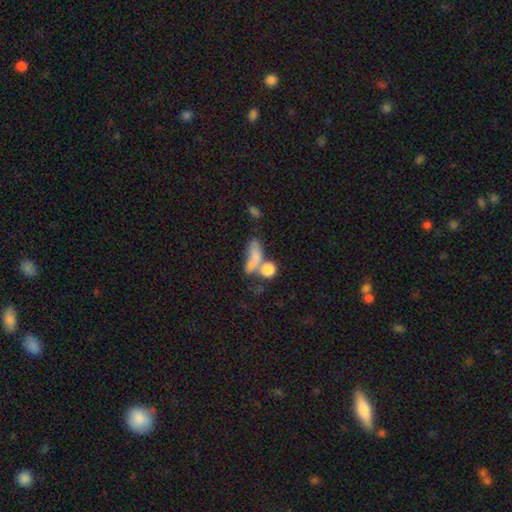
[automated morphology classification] A smooth galaxy with no disk features (70%) that is in between round and cigar-shaped (53%). Merging: merger (41%).